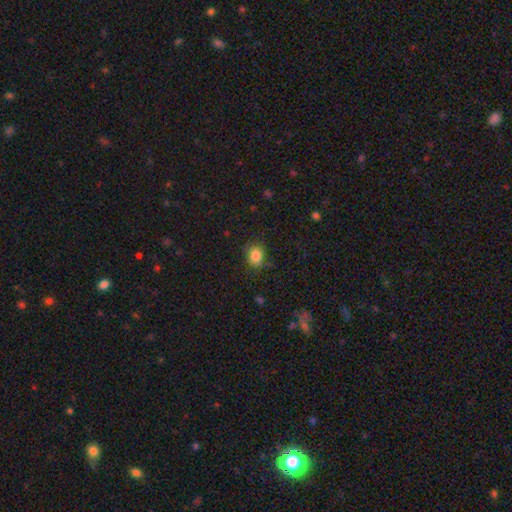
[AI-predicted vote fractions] smooth_or_featured: smooth (p=0.84) [alt: star or artifact p=0.11]
how_rounded: round (p=0.61) [alt: in between p=0.38]
merging: none (p=0.81) [alt: minor disturbance p=0.14]